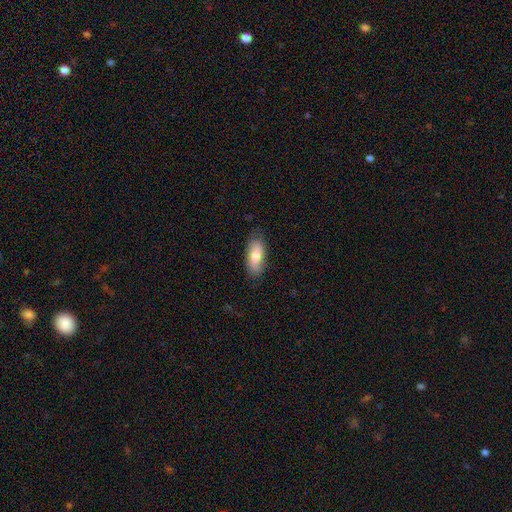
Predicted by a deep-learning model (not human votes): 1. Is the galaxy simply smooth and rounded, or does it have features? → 73% smooth, 21% featured or disk, 6% star or artifact.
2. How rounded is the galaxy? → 78% in between, 20% cigar-shaped, 3% round.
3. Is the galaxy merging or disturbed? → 79% none, 16% minor disturbance, 3% major disturbance, 1% merger.